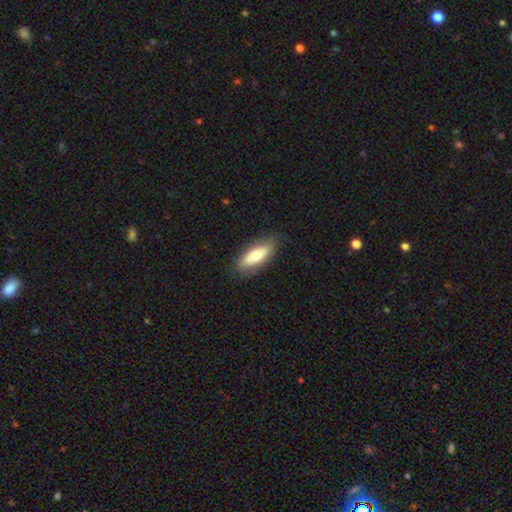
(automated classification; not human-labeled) Morphology: type=smooth (71%); roundness=in between (65%); merging=none (83%).